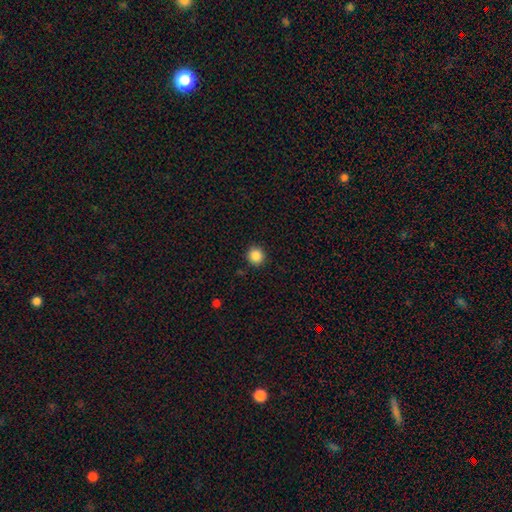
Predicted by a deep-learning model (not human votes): smooth-or-featured: smooth: 87% | star or artifact: 10% | featured or disk: 3%
  how-rounded: round: 92% | in between: 7% | cigar-shaped: 1%
  merging: none: 91% | minor disturbance: 6% | major disturbance: 2% | merger: 1%